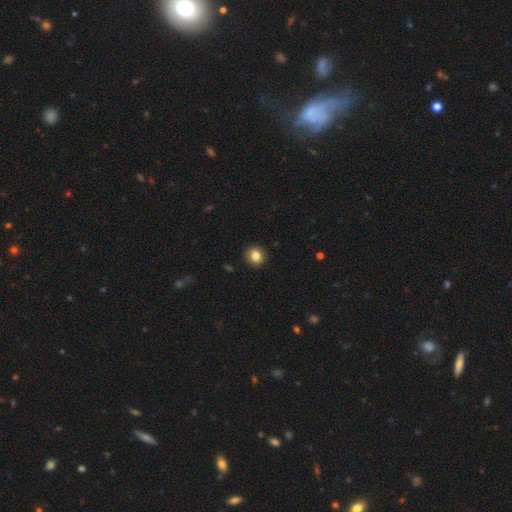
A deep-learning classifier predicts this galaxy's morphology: A smooth galaxy with no disk features (84%) that is round (82%). Merging: none (91%).